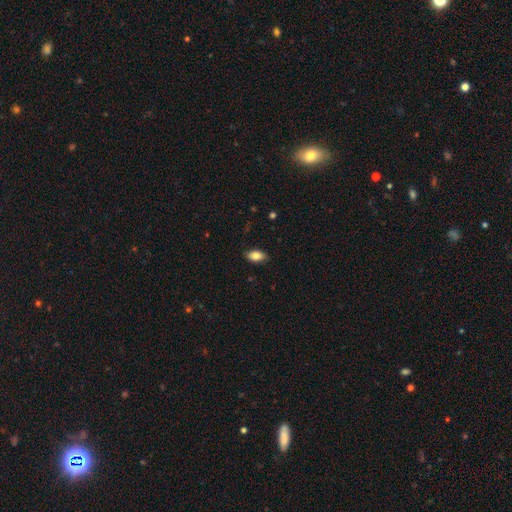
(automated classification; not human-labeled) A smooth galaxy with no disk features (85%) that is in between round and cigar-shaped (92%). Merging: none (87%).